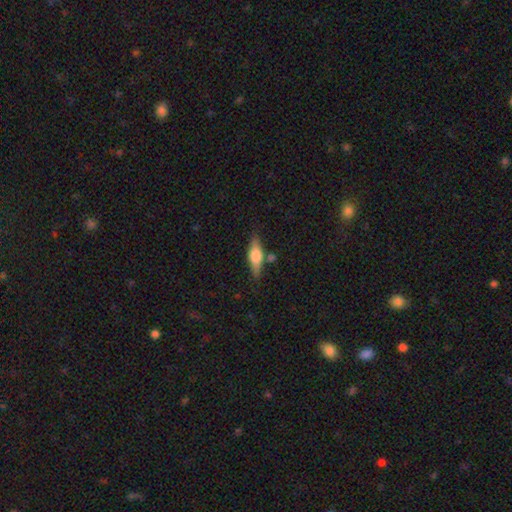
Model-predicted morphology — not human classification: featured or disk 46% (tied), smooth 46% (tied), star or artifact 8%. Down the decision tree: merging — none (76%).